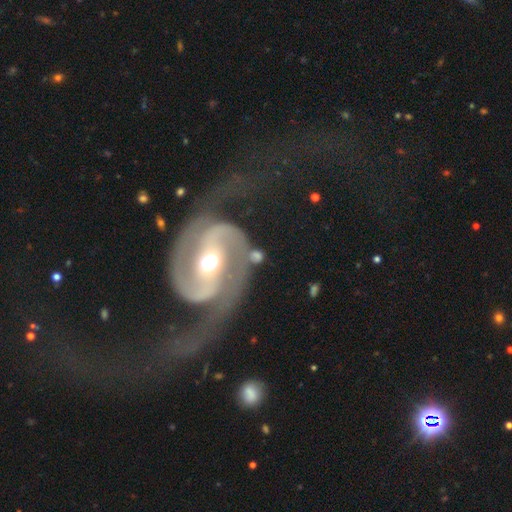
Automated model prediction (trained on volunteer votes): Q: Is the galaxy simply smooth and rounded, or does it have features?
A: featured or disk — 78%.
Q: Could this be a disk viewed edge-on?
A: no — 97%.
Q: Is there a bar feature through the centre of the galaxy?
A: no — 35%.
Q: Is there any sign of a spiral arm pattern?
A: yes — 90%.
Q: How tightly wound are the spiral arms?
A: medium — 50%.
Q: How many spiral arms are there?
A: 2 — 89%.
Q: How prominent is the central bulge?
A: moderate — 70%.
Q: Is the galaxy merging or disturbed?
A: none — 61%.